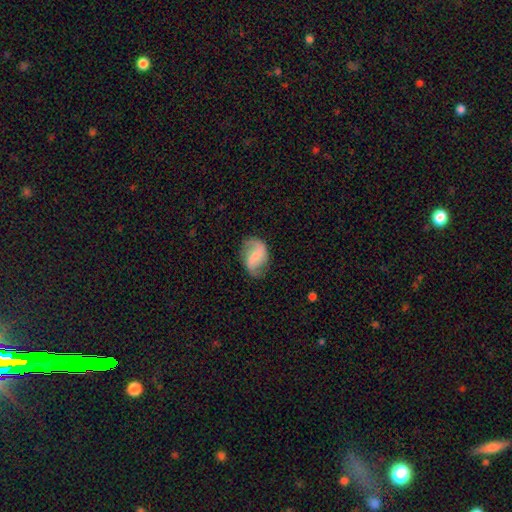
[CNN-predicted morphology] smooth_or_featured: featured or disk (p=0.68) [alt: smooth p=0.25]
disk_edge_on: no (p=0.98) [alt: yes p=0.02]
bar: weak (p=0.48) [alt: strong p=0.28]
has_spiral_arms: yes (p=0.91) [alt: no p=0.09]
spiral_winding: loose (p=0.57) [alt: medium p=0.33]
spiral_arm_count: 2 (p=0.88) [alt: can't tell p=0.04]
bulge_size: none (p=0.40) [alt: small p=0.32]
merging: none (p=0.69) [alt: minor disturbance p=0.20]